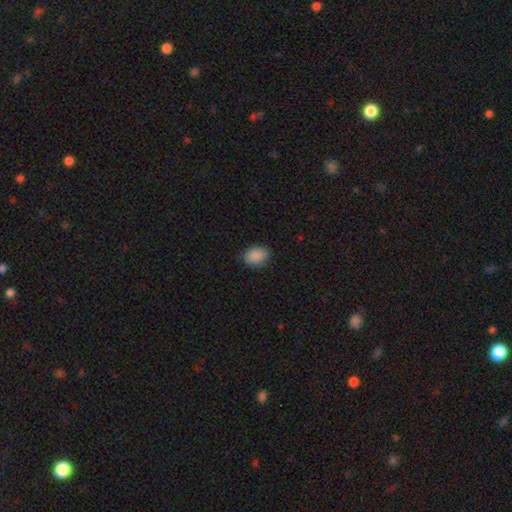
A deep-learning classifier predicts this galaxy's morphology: The model was most divided on "how rounded": in between: 72%, round: 27%, cigar-shaped: 1%. More confident: smooth or featured — smooth (89%); merging — none (85%).